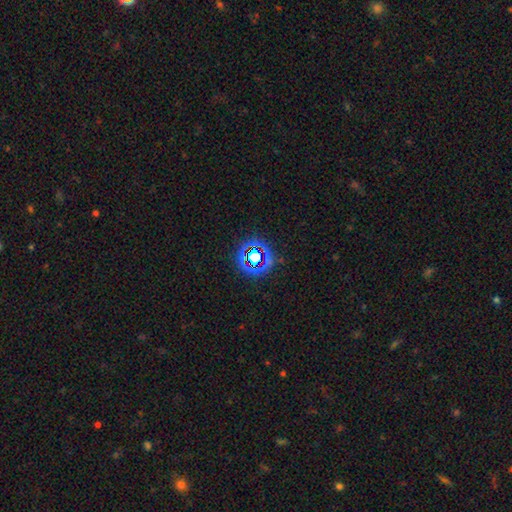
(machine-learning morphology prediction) Q: Smooth or featured?
A: star or artifact (71%); runner-up: smooth (19%)